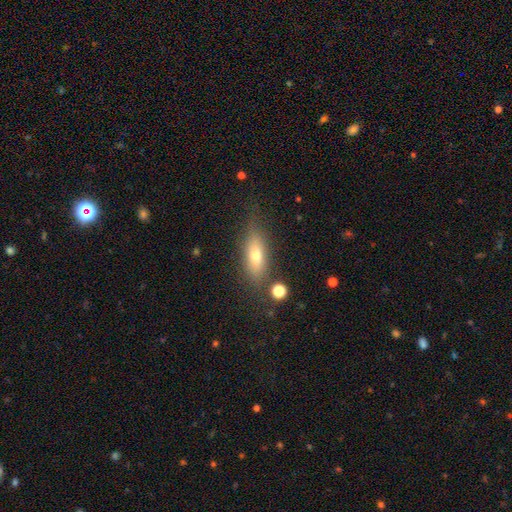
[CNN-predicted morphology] Smooth or featured? smooth (69%)
How rounded? in between (68%)
Merging? none (72%)